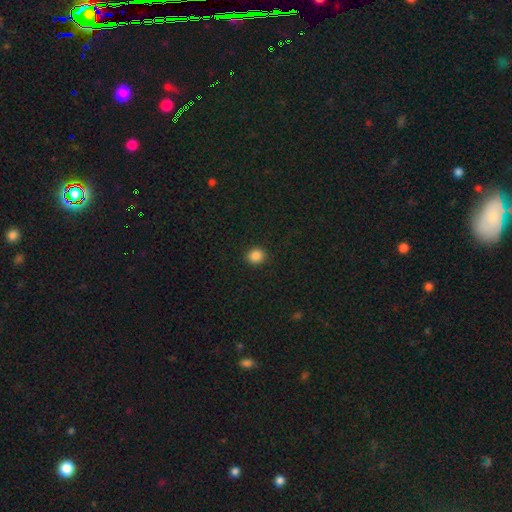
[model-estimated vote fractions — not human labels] Smooth or featured? smooth (87%)
How rounded? round (81%)
Merging? none (92%)